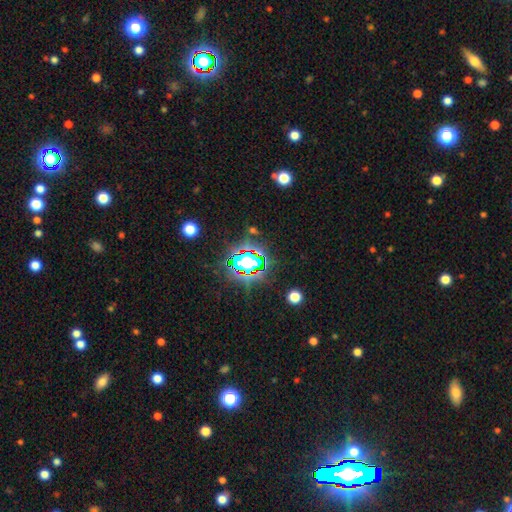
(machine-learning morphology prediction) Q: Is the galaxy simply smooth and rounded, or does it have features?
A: star or artifact — 79%.